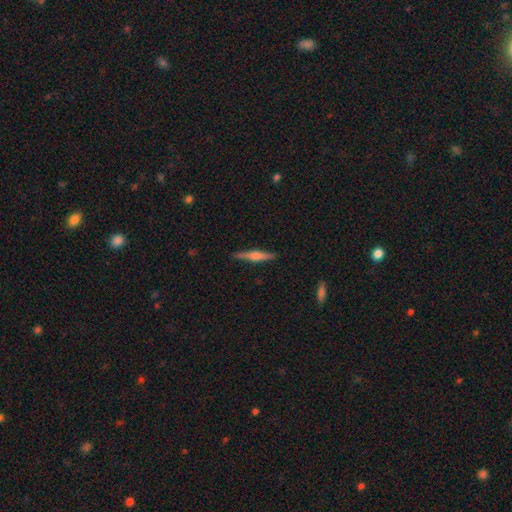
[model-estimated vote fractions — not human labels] smooth_or_featured: featured or disk (p=0.67) [alt: smooth p=0.27]
disk_edge_on: yes (p=0.98) [alt: no p=0.02]
edge_on_bulge: rounded (p=0.78) [alt: boxy p=0.15]
merging: none (p=0.90) [alt: minor disturbance p=0.07]